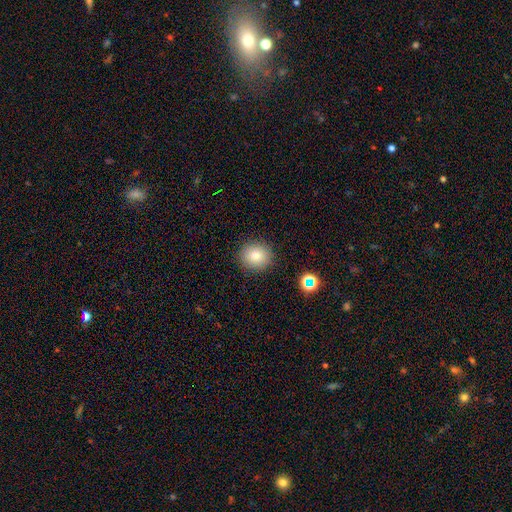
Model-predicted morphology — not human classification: This appears to be a smooth galaxy with no disk features (80%) that is round (88%). Merging: none (89%).